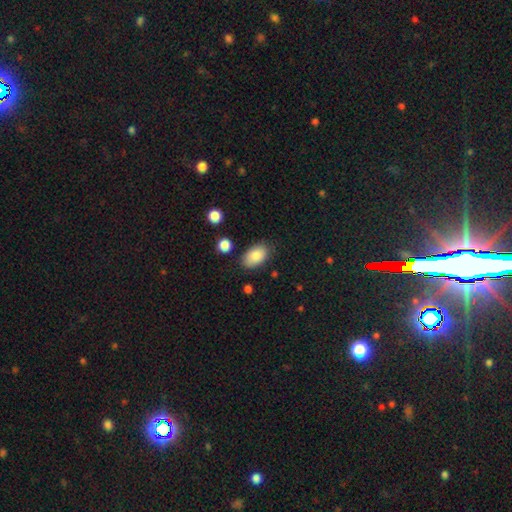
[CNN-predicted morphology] This is clearly a smooth galaxy (84%). How rounded: clearly in between (92%). Merging: likely none (79%).